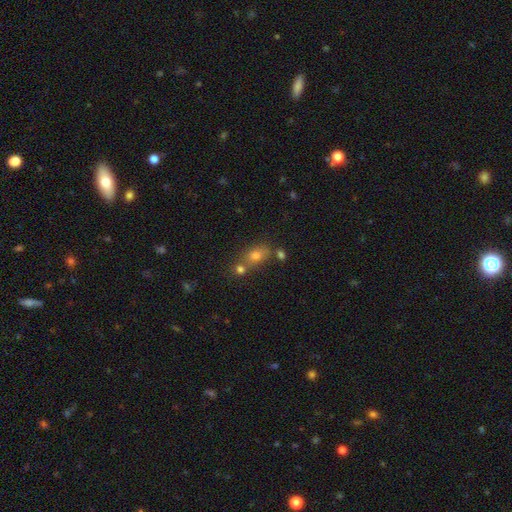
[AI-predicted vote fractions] Smooth or featured: smooth — 70% (star or artifact — 17%)
How rounded: in between — 59% (round — 36%)
Merging: none — 50% (merger — 34%)